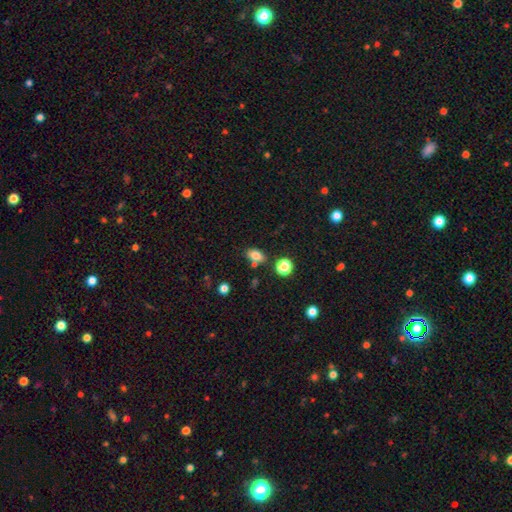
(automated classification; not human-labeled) Smooth or featured?
  - smooth: 80% *
  - star or artifact: 12%
  - featured or disk: 9%
How rounded?
  - in between: 82% *
  - round: 15%
  - cigar-shaped: 3%
Merging?
  - none: 72% *
  - minor disturbance: 13%
  - merger: 12%
  - major disturbance: 3%